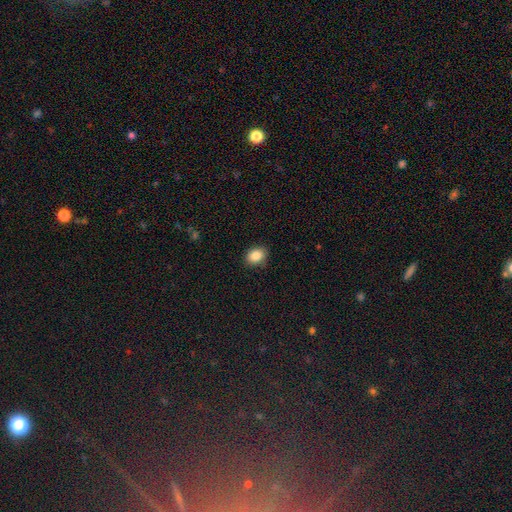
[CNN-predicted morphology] Smooth or featured? smooth (86%)
How rounded? in between (60%)
Merging? none (87%)